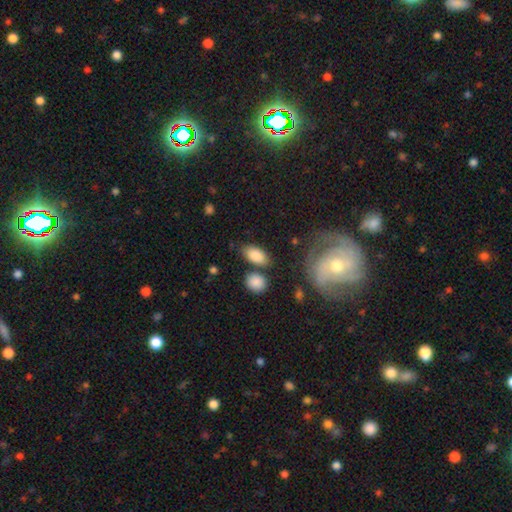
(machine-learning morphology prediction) smooth 86%, featured or disk 7%, star or artifact 7%. Down the decision tree: how rounded — in between (91%); merging — none (72%).